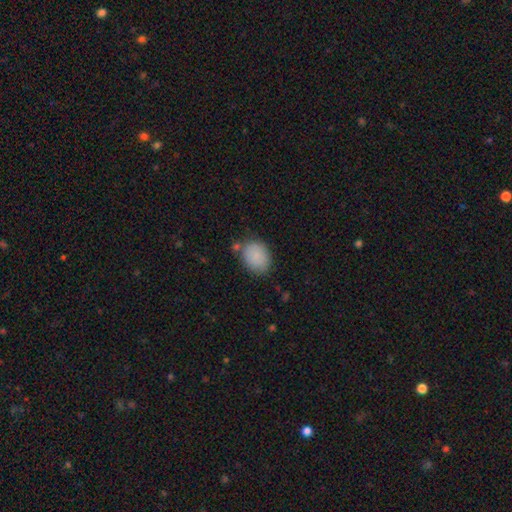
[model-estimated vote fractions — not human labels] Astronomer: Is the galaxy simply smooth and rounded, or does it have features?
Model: smooth — 87%.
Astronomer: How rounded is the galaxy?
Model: in between — 56% (runner-up: round, 43%).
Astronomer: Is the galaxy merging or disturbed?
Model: none — 74%.